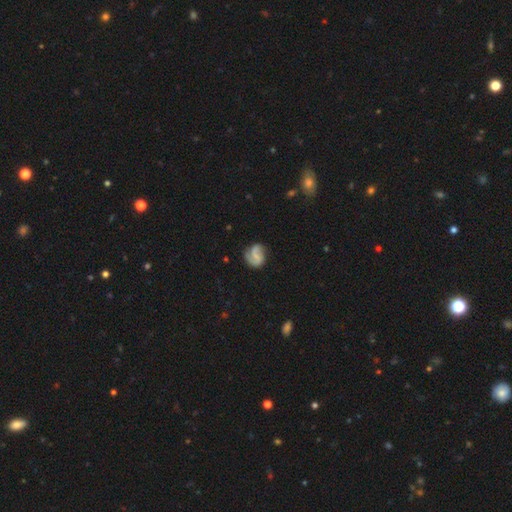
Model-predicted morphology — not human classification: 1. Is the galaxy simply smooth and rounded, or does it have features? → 66% featured or disk, 26% smooth, 7% star or artifact.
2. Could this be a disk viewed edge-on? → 98% no, 2% yes.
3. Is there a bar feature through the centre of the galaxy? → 42% weak, 41% no, 17% strong.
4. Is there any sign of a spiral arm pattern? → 91% yes, 9% no.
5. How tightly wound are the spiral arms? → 43% medium, 34% loose, 23% tight.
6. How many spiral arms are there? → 77% 2, 10% 1, 8% can't tell, 3% 3, 1% 4, 1% more than 4.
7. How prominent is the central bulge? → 45% small, 38% none, 15% moderate, 2% large, 1% dominant.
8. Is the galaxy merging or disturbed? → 67% none, 21% minor disturbance, 10% major disturbance, 2% merger.